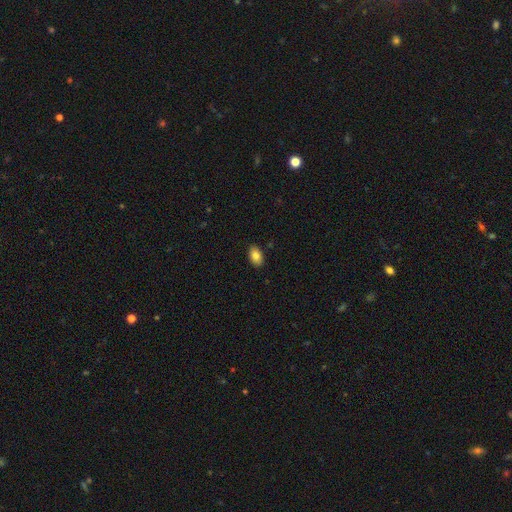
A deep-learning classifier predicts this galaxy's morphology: This is clearly a smooth galaxy (84%). How rounded: clearly in between (91%). Merging: clearly none (89%).